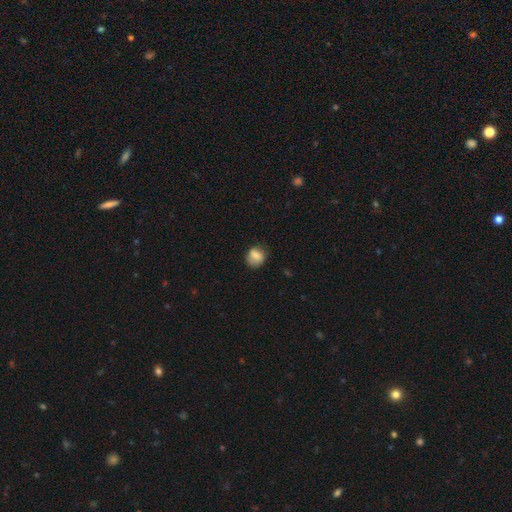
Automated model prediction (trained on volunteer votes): Smooth or featured? Predicted: smooth (p=0.80). How rounded? Predicted: round (p=0.60). Merging? Predicted: none (p=0.64).